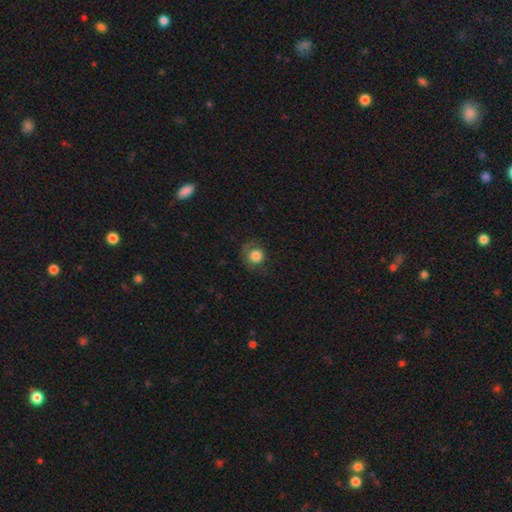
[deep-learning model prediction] Smooth or featured: smooth — 80% (featured or disk — 11%)
How rounded: round — 87% (in between — 13%)
Merging: none — 59% (minor disturbance — 24%)